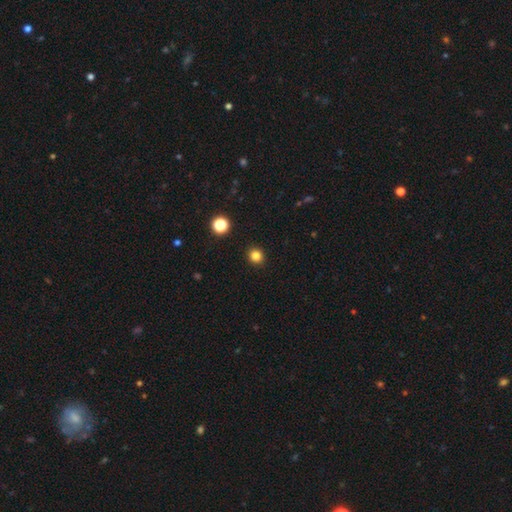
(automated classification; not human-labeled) Smooth or featured: smooth — 83% (star or artifact — 13%)
How rounded: round — 89% (in between — 10%)
Merging: none — 92% (minor disturbance — 5%)